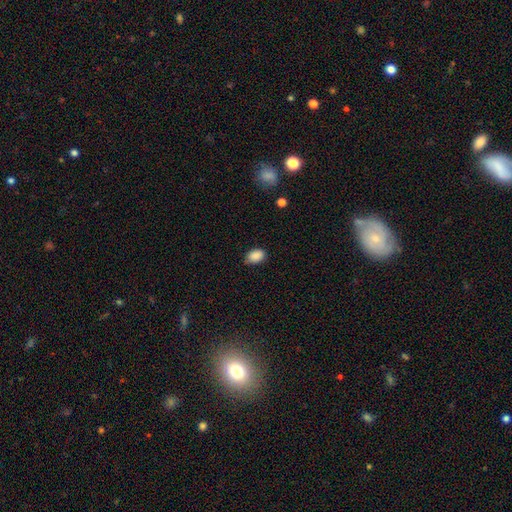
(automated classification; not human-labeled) A smooth galaxy with no disk features (89%) that is in between round and cigar-shaped (84%).

Vote fractions:
- Smooth or featured? smooth: 89% / star or artifact: 8% / featured or disk: 3%
- How rounded? in between: 84% / round: 15% / cigar-shaped: 1%
- Merging? none: 75% / minor disturbance: 21% / major disturbance: 3% / merger: 1%